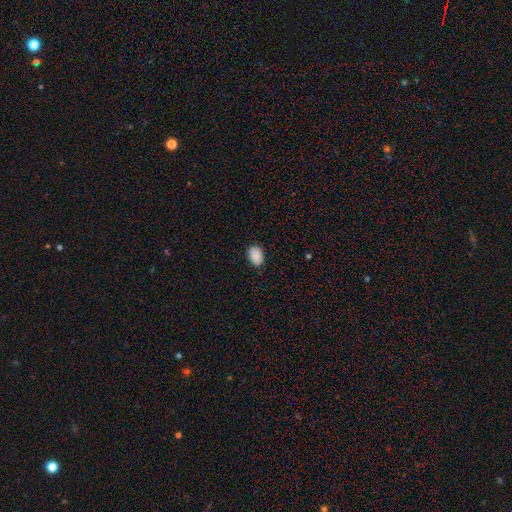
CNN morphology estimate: smooth_or_featured: smooth (p=0.90) [alt: star or artifact p=0.07]
how_rounded: in between (p=0.85) [alt: round p=0.14]
merging: none (p=0.85) [alt: minor disturbance p=0.11]